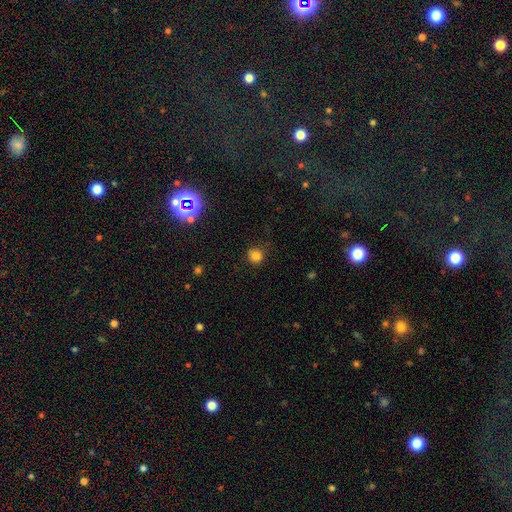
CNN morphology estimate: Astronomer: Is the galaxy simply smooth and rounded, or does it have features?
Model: smooth — 82%.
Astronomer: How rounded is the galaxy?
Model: round — 89%.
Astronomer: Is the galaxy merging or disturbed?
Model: none — 84%.